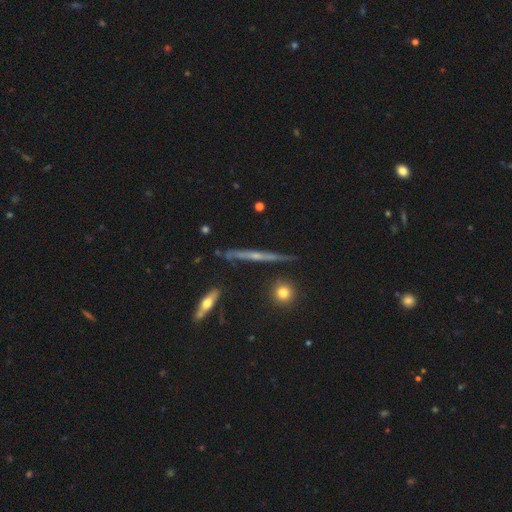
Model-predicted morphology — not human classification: type=featured or disk (70%); edge-on=yes (95%); edge-on bulge=rounded (54%); merging=none (82%).